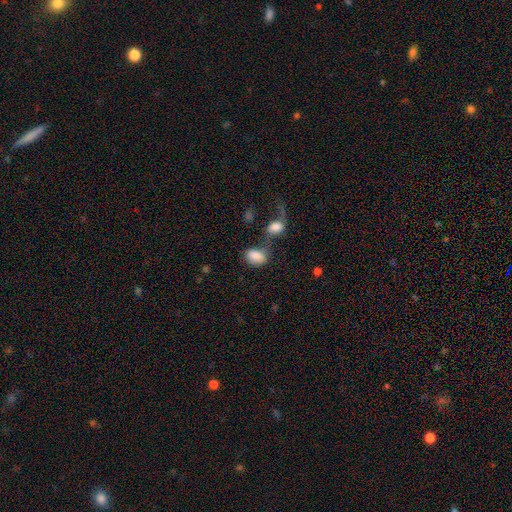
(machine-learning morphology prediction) A smooth galaxy with no disk features (82%) that is in between round and cigar-shaped (85%).

Vote fractions:
- Smooth or featured? smooth: 82% / featured or disk: 10% / star or artifact: 9%
- How rounded? in between: 85% / round: 13% / cigar-shaped: 2%
- Merging? merger: 37% / none: 34% / minor disturbance: 16% / major disturbance: 13%